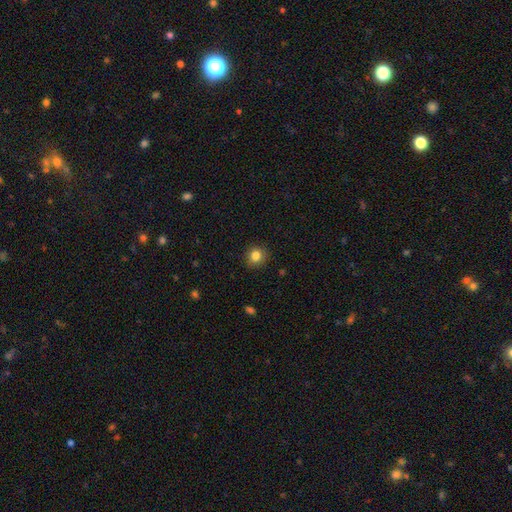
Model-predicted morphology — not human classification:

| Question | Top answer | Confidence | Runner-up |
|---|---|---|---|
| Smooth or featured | smooth | 83% | star or artifact (11%) |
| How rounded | round | 80% | in between (19%) |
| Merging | none | 88% | minor disturbance (9%) |